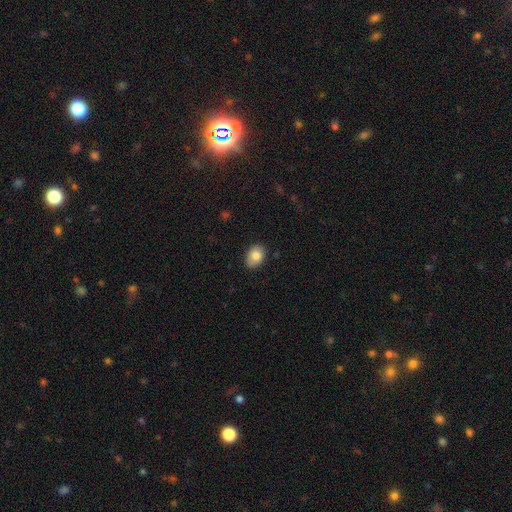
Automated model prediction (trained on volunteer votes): smooth 81%, featured or disk 11%, star or artifact 8%. Down the decision tree: how rounded — in between (76%); merging — none (83%).